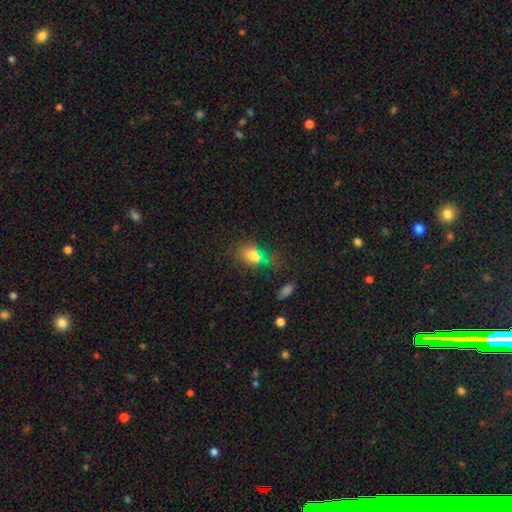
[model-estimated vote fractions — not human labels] A smooth galaxy with no disk features (72%) that is in between round and cigar-shaped (73%). Merging: none (63%).